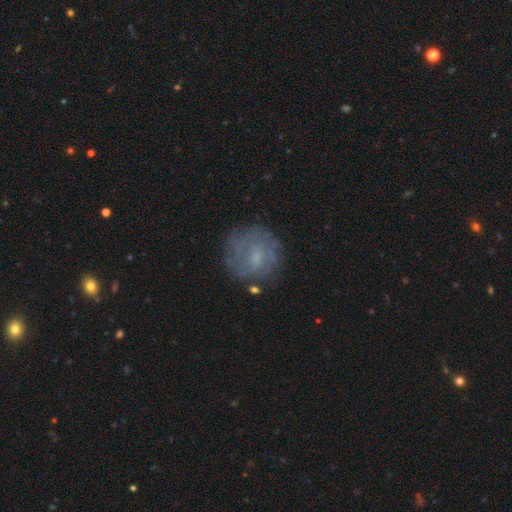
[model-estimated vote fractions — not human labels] Smooth or featured: featured or disk — 52% (smooth — 37%)
Edge-on disk: no — 97% (yes — 3%)
Bar: no — 55% (weak — 39%)
Spiral arms: yes — 56% (no — 44%)
Bulge size: small — 50% (moderate — 27%)
Merging: none — 70% (minor disturbance — 17%)